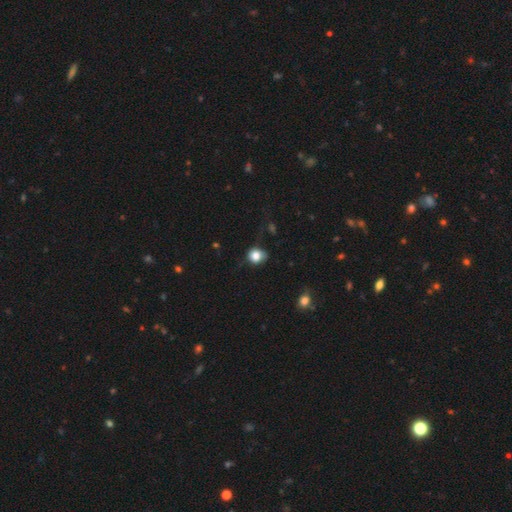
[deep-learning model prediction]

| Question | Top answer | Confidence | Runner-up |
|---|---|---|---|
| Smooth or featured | smooth | 80% | star or artifact (10%) |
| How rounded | round | 72% | in between (27%) |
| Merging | none | 55% | minor disturbance (31%) |